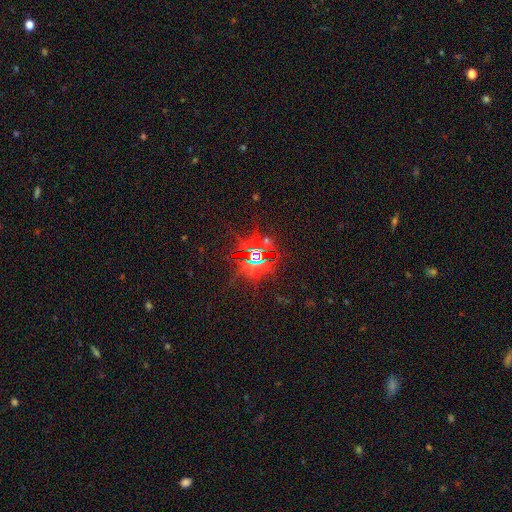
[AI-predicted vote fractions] Smooth or featured? Predicted: star or artifact (p=0.83).